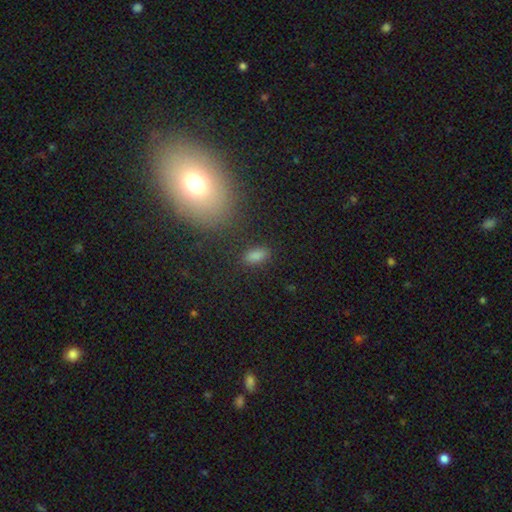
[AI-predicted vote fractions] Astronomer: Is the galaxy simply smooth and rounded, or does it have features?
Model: smooth — 82%.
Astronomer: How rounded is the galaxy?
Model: in between — 86%.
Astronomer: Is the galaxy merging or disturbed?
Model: none — 83%.